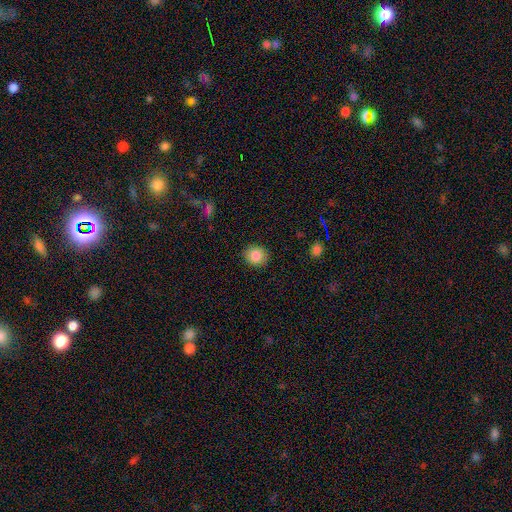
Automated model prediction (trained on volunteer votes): A smooth galaxy with no disk features (87%) that is round (81%). Merging: none (89%).